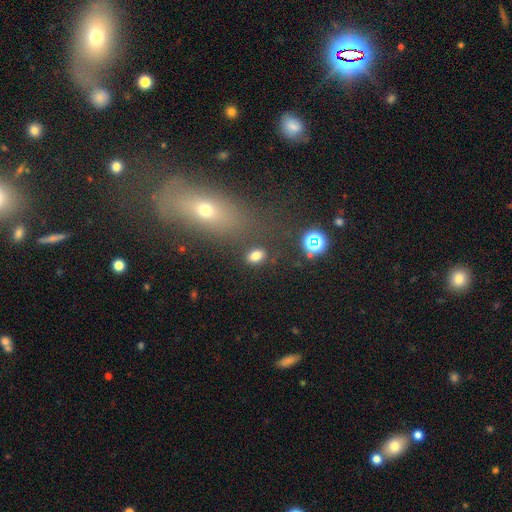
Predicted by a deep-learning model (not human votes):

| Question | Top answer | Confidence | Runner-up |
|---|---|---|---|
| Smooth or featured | smooth | 77% | star or artifact (15%) |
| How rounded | in between | 79% | round (20%) |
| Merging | none | 78% | minor disturbance (11%) |